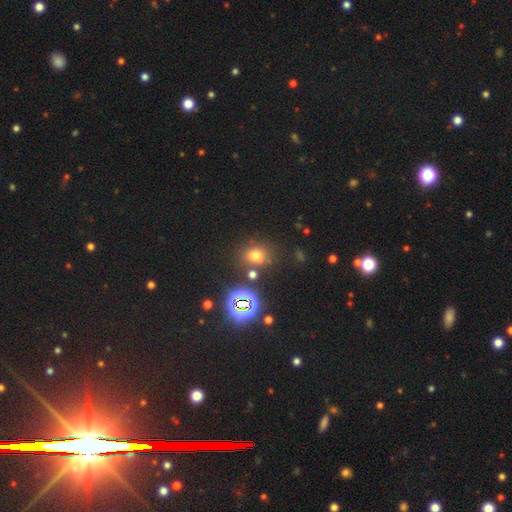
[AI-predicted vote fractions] This is likely a smooth galaxy (62%). How rounded: likely round (68%). Merging: likely none (73%).